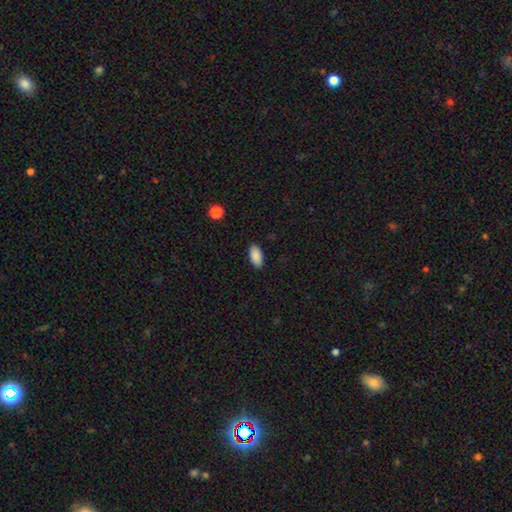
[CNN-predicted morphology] smooth-or-featured: smooth: 89% | star or artifact: 7% | featured or disk: 4%
  how-rounded: in between: 94% | cigar-shaped: 4% | round: 3%
  merging: none: 89% | minor disturbance: 8% | major disturbance: 2% | merger: 1%